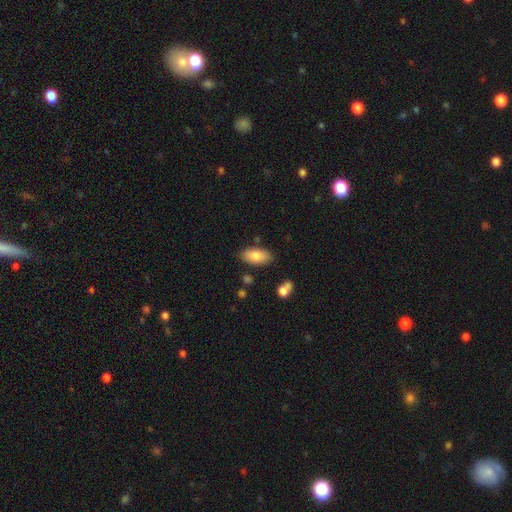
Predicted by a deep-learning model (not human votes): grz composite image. It shows a smooth galaxy with no disk features (82%) that is in between round and cigar-shaped (91%). Merging: none (81%).